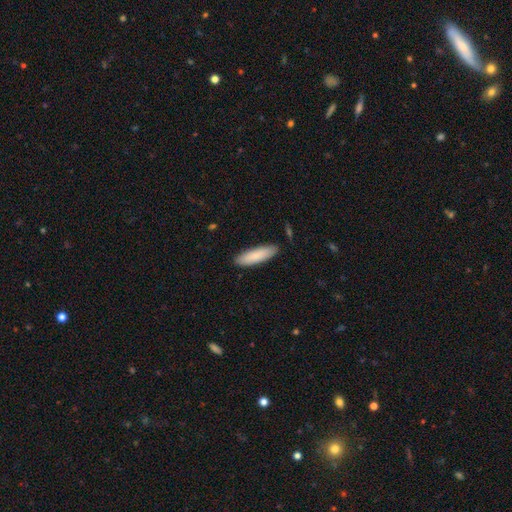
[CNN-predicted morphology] This appears to be a smooth galaxy with no disk features (86%) that is cigar-shaped (60%). Merging: none (87%).